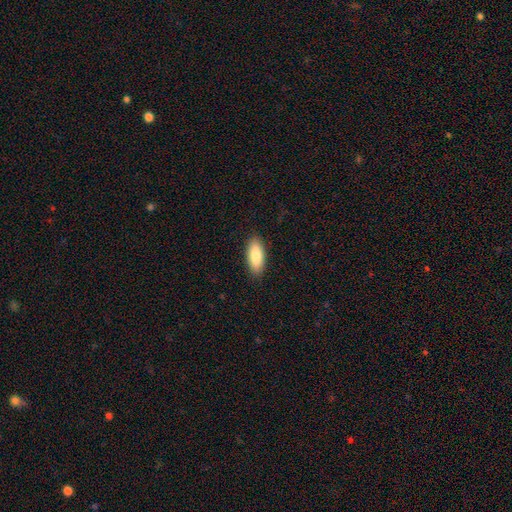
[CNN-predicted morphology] type=smooth (86%); roundness=in between (81%); merging=none (89%).